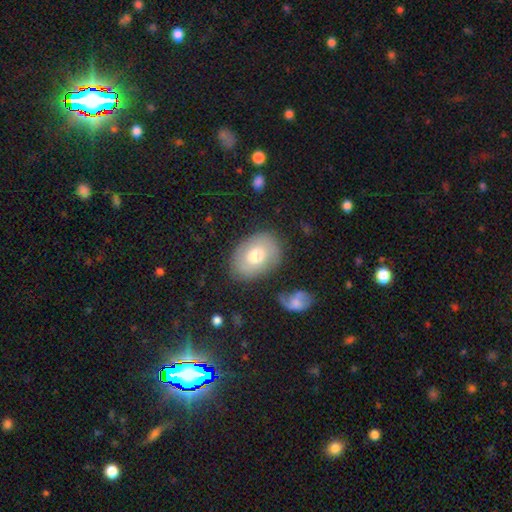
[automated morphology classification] smooth 62%, featured or disk 31%, star or artifact 7%. Down the decision tree: how rounded — in between (79%); merging — none (75%).